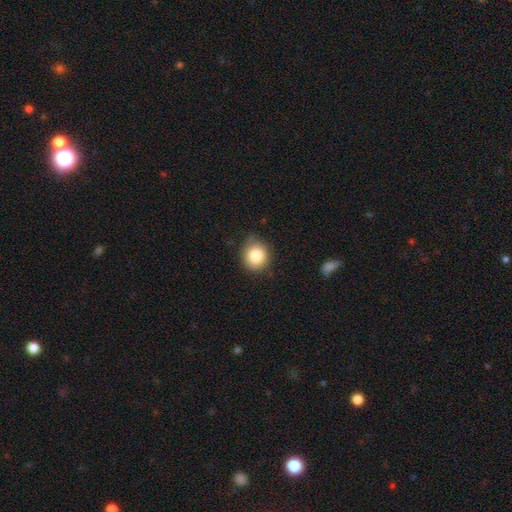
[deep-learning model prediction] Overall: smooth (86%). How rounded: round (83%). Merging: none (76%).